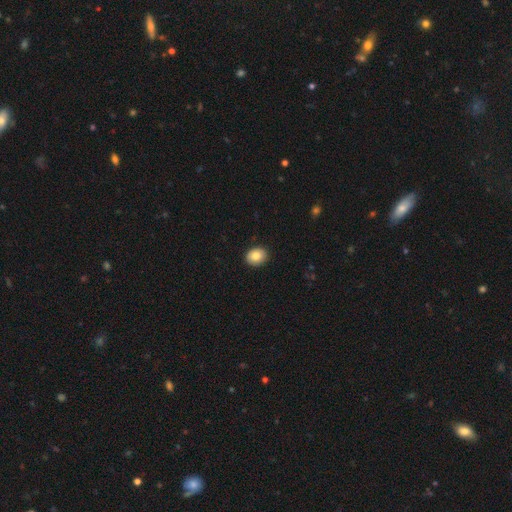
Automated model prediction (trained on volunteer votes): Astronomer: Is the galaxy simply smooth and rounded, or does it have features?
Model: smooth — 85%.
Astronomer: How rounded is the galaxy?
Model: in between — 50% (runner-up: round, 49%).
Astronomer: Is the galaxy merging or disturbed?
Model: none — 90%.